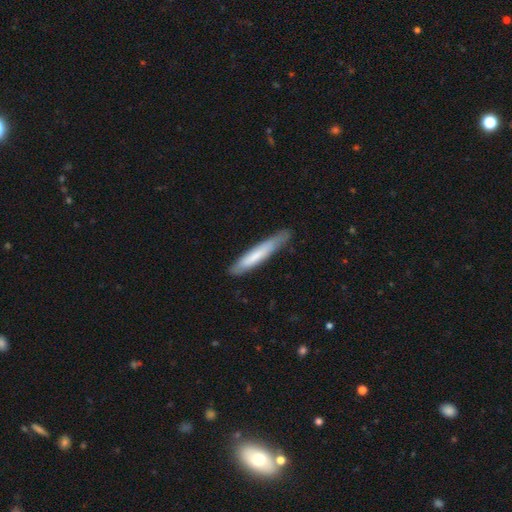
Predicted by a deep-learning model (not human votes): A smooth galaxy with no disk features (67%) that is cigar-shaped (93%). Merging: none (76%).